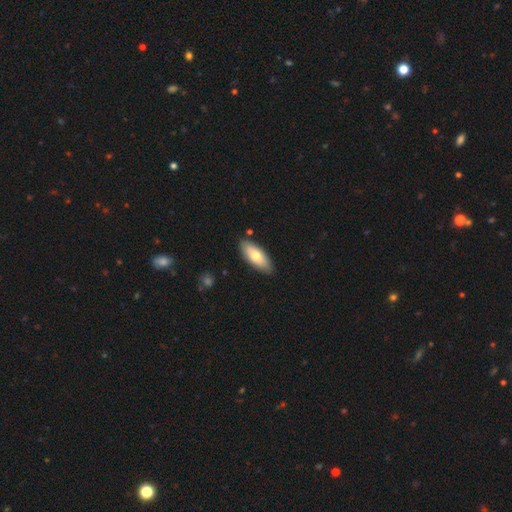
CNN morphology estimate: smooth_or_featured: smooth (p=0.70) [alt: featured or disk p=0.24]
how_rounded: in between (p=0.80) [alt: cigar-shaped p=0.18]
merging: none (p=0.85) [alt: minor disturbance p=0.11]